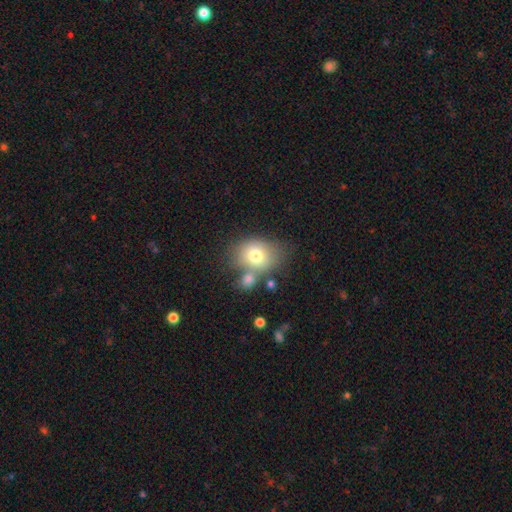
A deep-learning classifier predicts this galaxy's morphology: The model was most divided on "how rounded": in between: 54%, round: 45%, cigar-shaped: 1%. More confident: smooth or featured — smooth (73%); merging — none (52%).